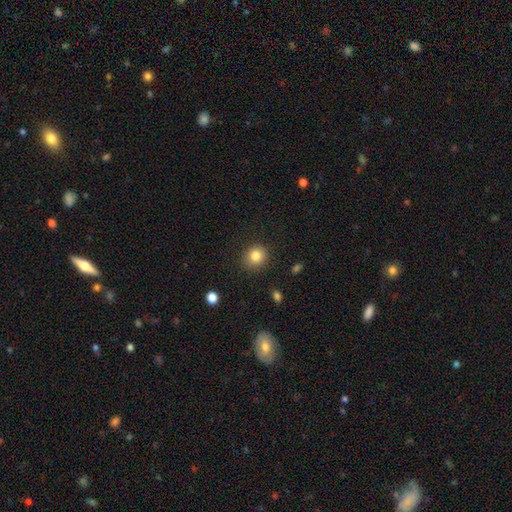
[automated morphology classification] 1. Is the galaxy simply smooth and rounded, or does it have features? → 84% smooth, 10% star or artifact, 6% featured or disk.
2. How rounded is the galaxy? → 84% round, 16% in between, 1% cigar-shaped.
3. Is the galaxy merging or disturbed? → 87% none, 9% minor disturbance, 3% major disturbance, 1% merger.